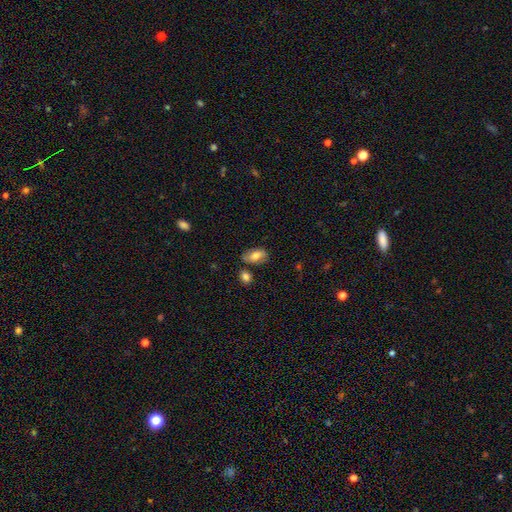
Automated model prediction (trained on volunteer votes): This is likely a smooth galaxy (73%). How rounded: clearly in between (92%). Merging: likely none (70%).